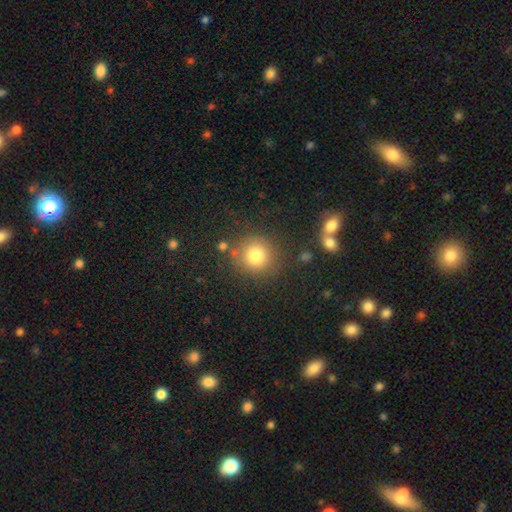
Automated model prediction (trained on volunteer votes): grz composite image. It shows a smooth galaxy with no disk features (78%) that is round (91%). Merging: none (81%).